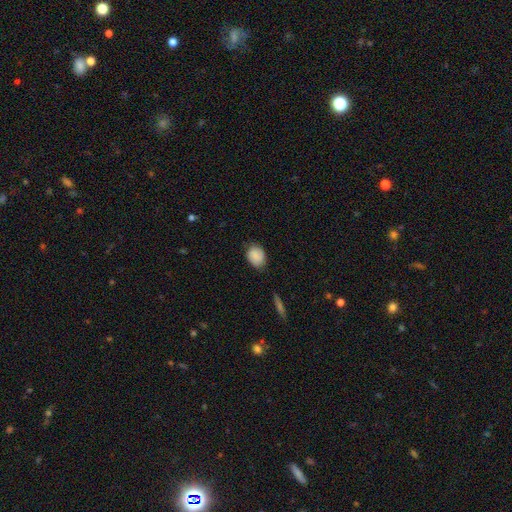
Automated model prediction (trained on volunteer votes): Smooth or featured? smooth (85%)
How rounded? in between (51%)
Merging? none (73%)